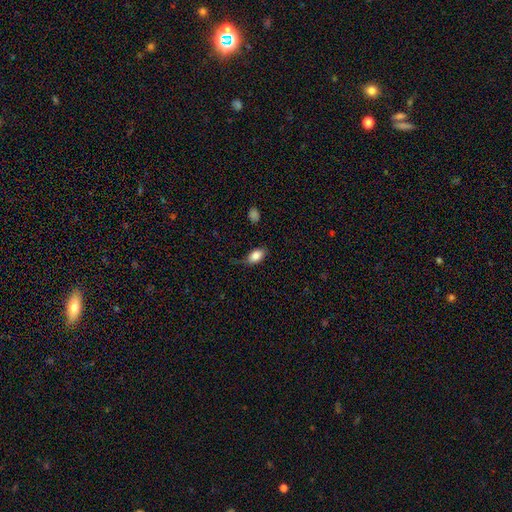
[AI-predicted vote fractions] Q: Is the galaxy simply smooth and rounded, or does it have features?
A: smooth — 84%.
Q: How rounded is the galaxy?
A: in between — 89%.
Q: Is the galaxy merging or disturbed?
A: none — 64%.